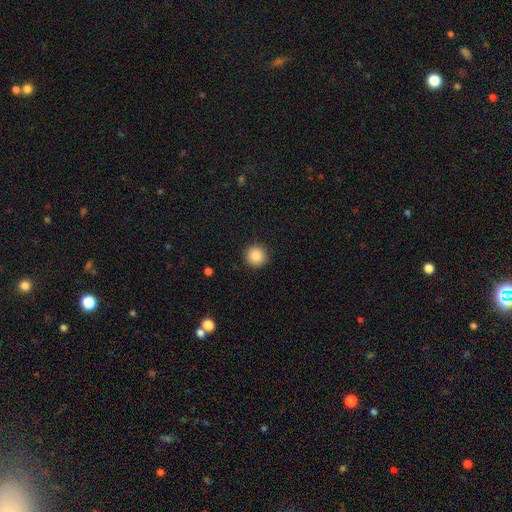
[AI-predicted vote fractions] A smooth galaxy with no disk features (86%) that is round (95%). Merging: none (92%).